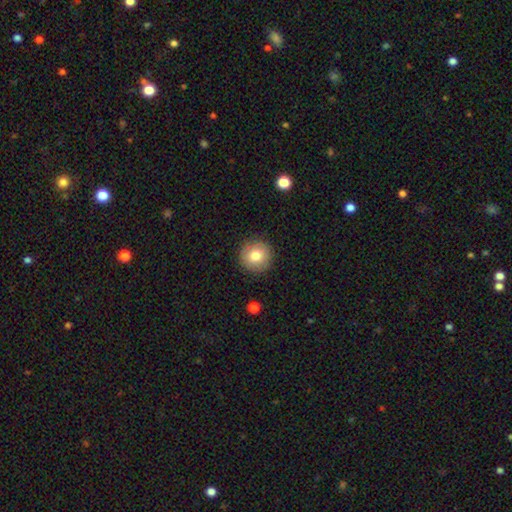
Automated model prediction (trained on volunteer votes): smooth_or_featured: smooth (p=0.79) [alt: featured or disk p=0.12]
how_rounded: round (p=0.93) [alt: in between p=0.06]
merging: none (p=0.90) [alt: minor disturbance p=0.07]